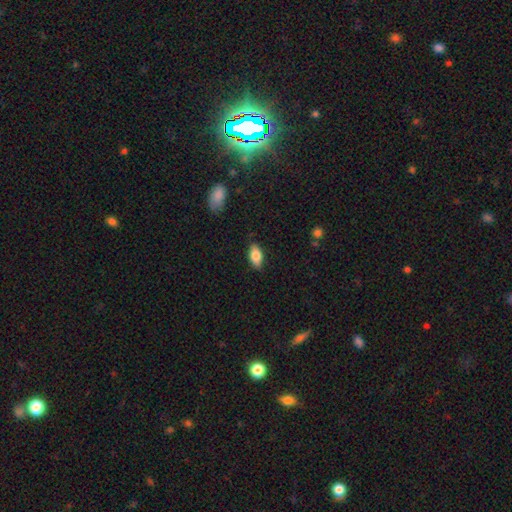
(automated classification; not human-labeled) Morphology: type=smooth (81%); roundness=in between (90%); merging=none (85%).